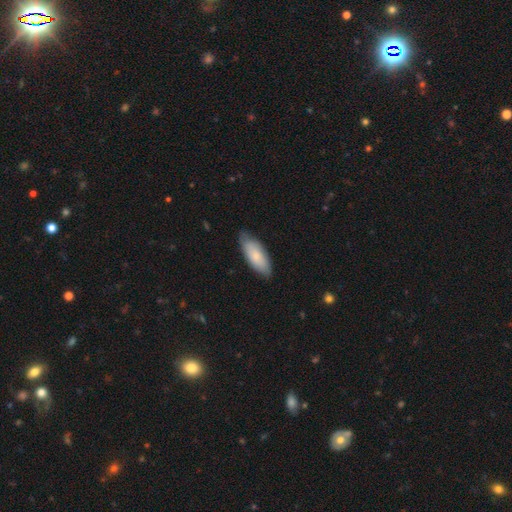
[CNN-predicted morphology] Overall: smooth (78%). How rounded: in between (78%). Merging: none (77%).